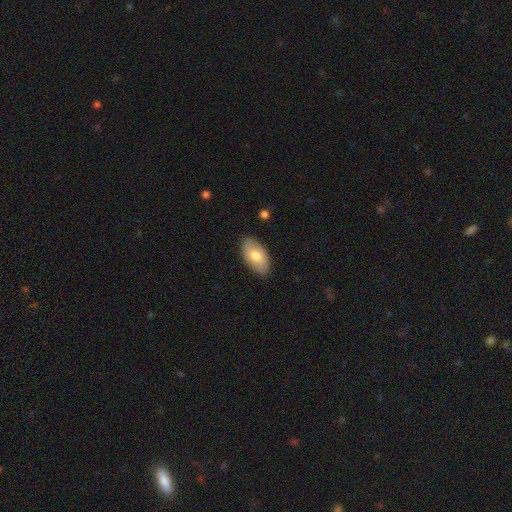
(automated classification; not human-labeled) Smooth or featured?
  - smooth: 75% *
  - featured or disk: 20%
  - star or artifact: 6%
How rounded?
  - in between: 95% *
  - round: 3%
  - cigar-shaped: 2%
Merging?
  - none: 85% *
  - minor disturbance: 11%
  - major disturbance: 2%
  - merger: 1%